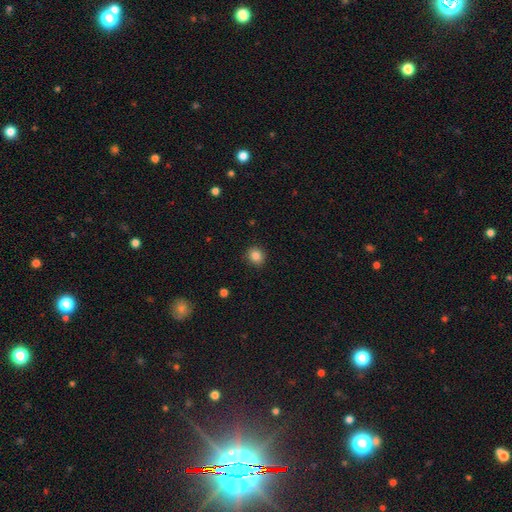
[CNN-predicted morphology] smooth_or_featured: smooth (p=0.84) [alt: star or artifact p=0.11]
how_rounded: round (p=0.84) [alt: in between p=0.15]
merging: none (p=0.90) [alt: minor disturbance p=0.07]